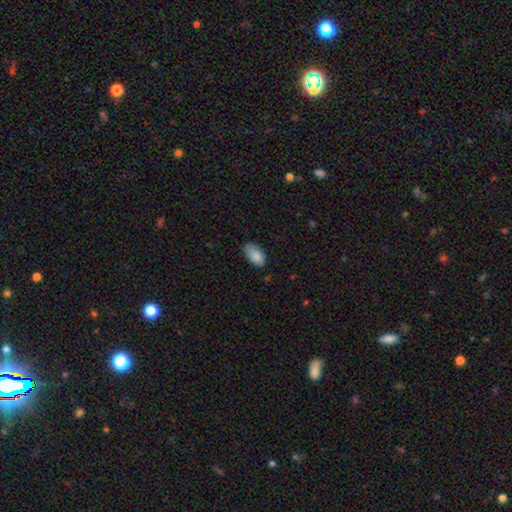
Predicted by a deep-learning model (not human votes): This is clearly a smooth galaxy (86%). How rounded: clearly in between (94%). Merging: likely none (66%).